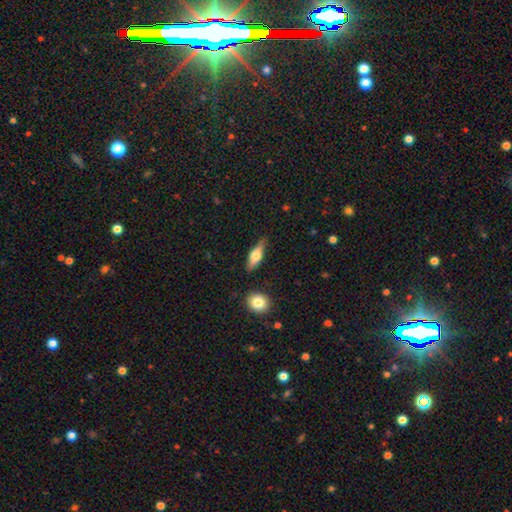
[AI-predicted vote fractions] The model was most divided on "how rounded": in between: 56%, cigar-shaped: 40%, round: 4%. More confident: merging — none (77%); smooth or featured — smooth (56%).